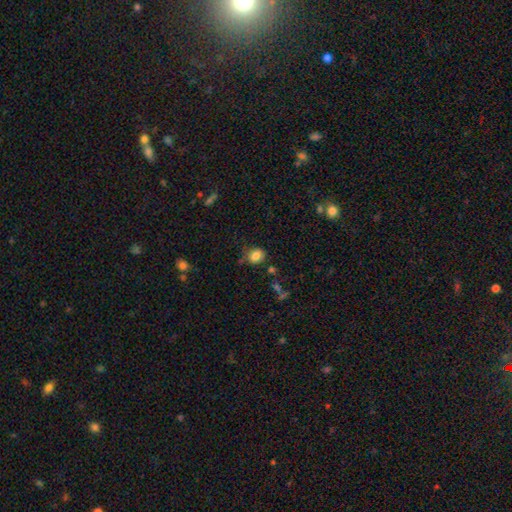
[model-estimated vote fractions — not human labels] A smooth galaxy with no disk features (83%) that is round (56%).

Vote fractions:
- Smooth or featured? smooth: 83% / star or artifact: 10% / featured or disk: 7%
- How rounded? round: 56% / in between: 43% / cigar-shaped: 1%
- Merging? none: 72% / minor disturbance: 19% / major disturbance: 5% / merger: 4%